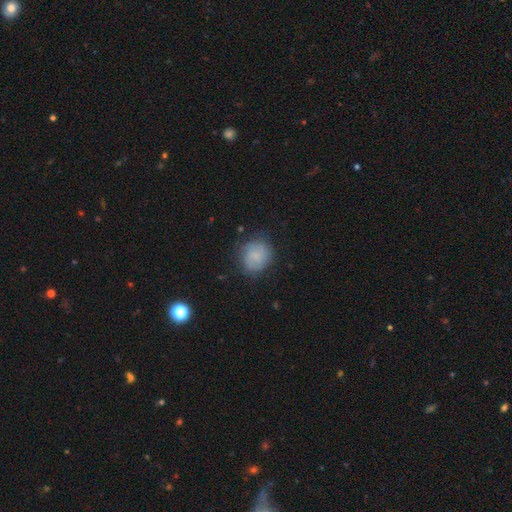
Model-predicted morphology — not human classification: Smooth or featured? Predicted: smooth (p=0.76). How rounded? Predicted: round (p=0.77). Merging? Predicted: none (p=0.72).